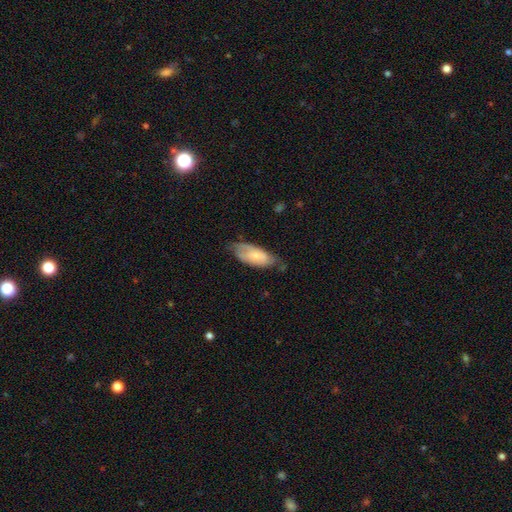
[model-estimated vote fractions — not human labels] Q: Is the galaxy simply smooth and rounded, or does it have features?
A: smooth — 51%.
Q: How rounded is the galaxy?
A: in between — 82%.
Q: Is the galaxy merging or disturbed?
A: none — 54%.